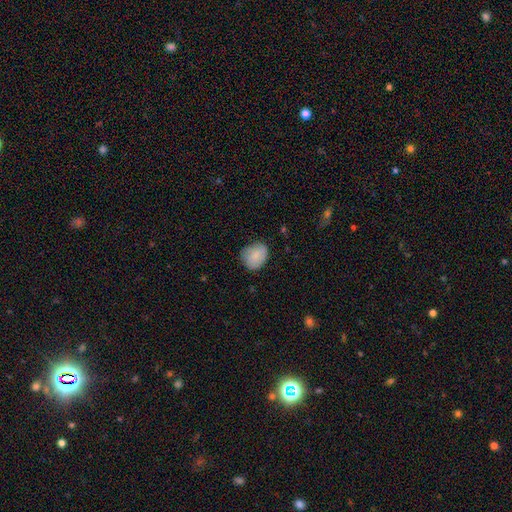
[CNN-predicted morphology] Smooth or featured?
  - smooth: 83% *
  - featured or disk: 10%
  - star or artifact: 7%
How rounded?
  - round: 55% *
  - in between: 44%
  - cigar-shaped: 1%
Merging?
  - none: 69% *
  - minor disturbance: 25%
  - major disturbance: 5%
  - merger: 1%